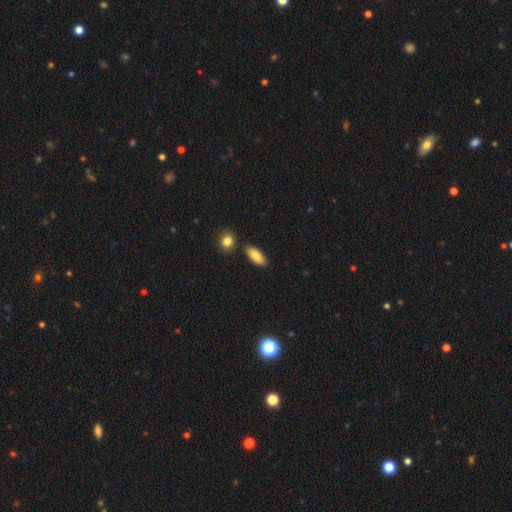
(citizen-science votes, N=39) Volunteers were most divided on "merging": none: 68%, minor disturbance: 19%, merger: 8%, major disturbance: 5%. More confident: how rounded — in between (80%); smooth or featured — smooth (77%).